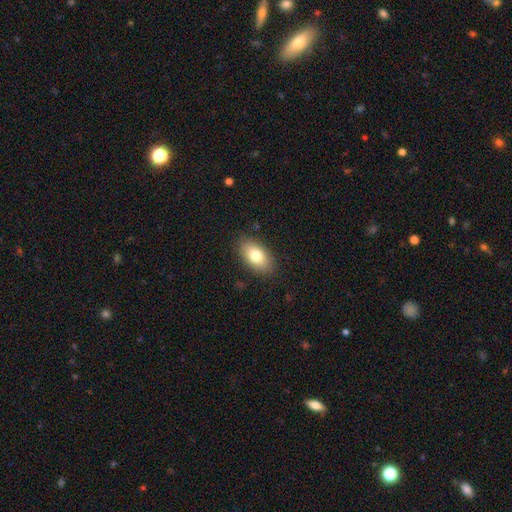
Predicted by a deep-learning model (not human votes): Morphology: type=smooth (78%); roundness=in between (91%); merging=none (86%).